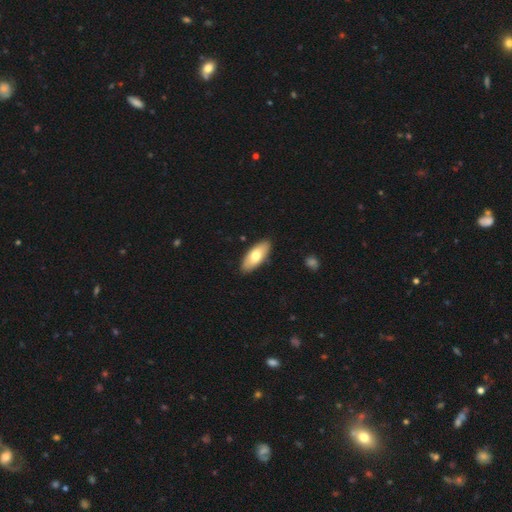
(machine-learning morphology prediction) Q: Smooth or featured?
A: smooth (70%); runner-up: featured or disk (25%)
Q: How rounded?
A: in between (84%); runner-up: cigar-shaped (14%)
Q: Merging?
A: none (88%); runner-up: minor disturbance (9%)